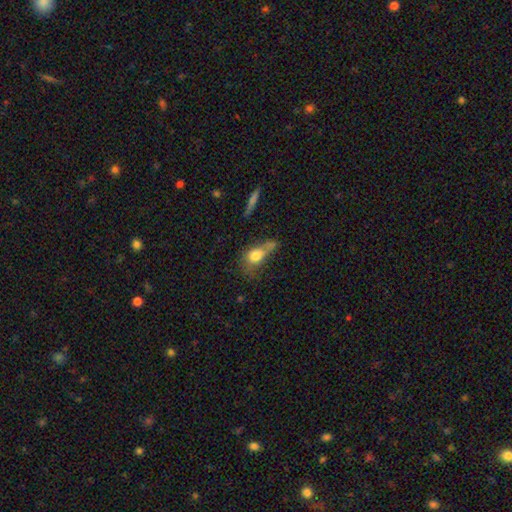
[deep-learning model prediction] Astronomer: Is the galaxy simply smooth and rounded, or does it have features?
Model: smooth — 65%.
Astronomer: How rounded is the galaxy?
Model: in between — 66%.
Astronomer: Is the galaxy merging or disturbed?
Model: major disturbance — 35% (runner-up: none, 26%).